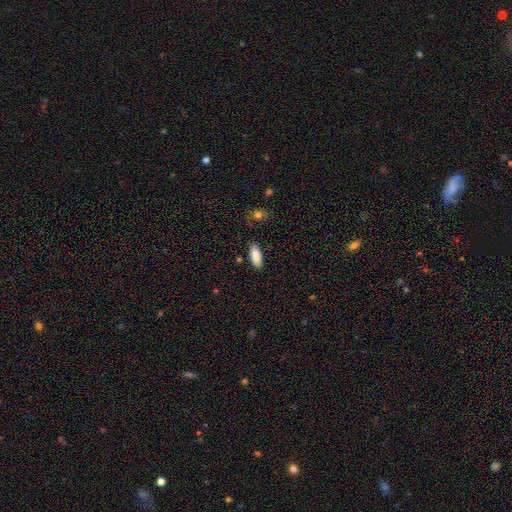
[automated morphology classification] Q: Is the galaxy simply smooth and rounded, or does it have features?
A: smooth — 87%.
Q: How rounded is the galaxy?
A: in between — 83%.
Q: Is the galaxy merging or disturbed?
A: none — 86%.